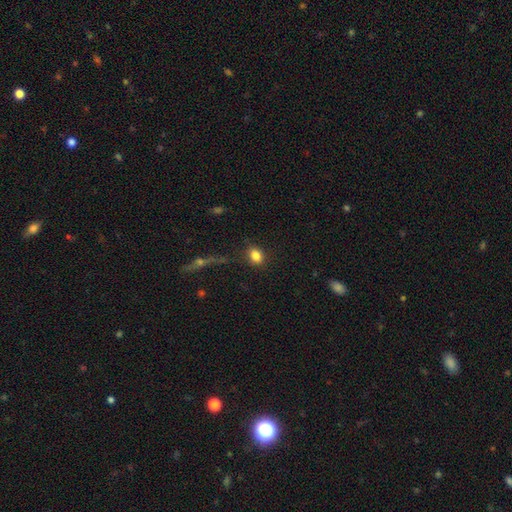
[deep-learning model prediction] Overall: smooth (84%). How rounded: in between (63%; round 35%). Merging: none (81%).